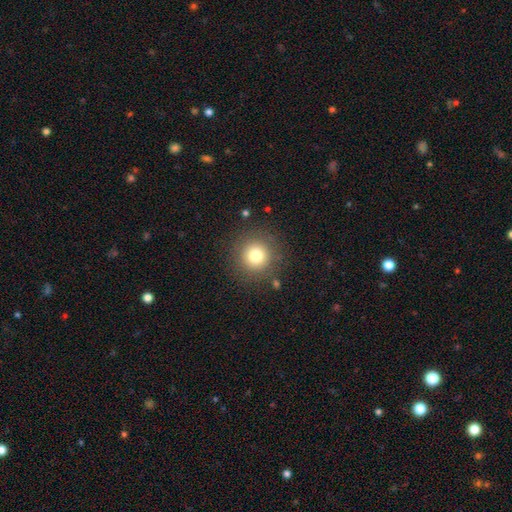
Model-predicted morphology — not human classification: type=smooth (78%); roundness=round (95%); merging=none (87%).